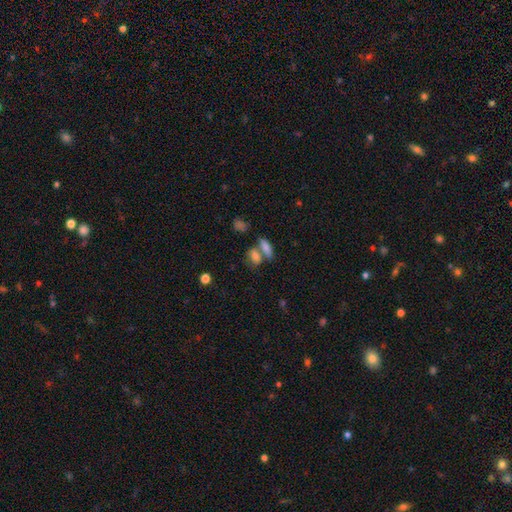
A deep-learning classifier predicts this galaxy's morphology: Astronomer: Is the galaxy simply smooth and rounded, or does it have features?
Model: smooth — 75%.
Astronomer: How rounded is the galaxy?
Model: in between — 76%.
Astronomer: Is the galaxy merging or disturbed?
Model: merger — 43% (runner-up: none, 41%).